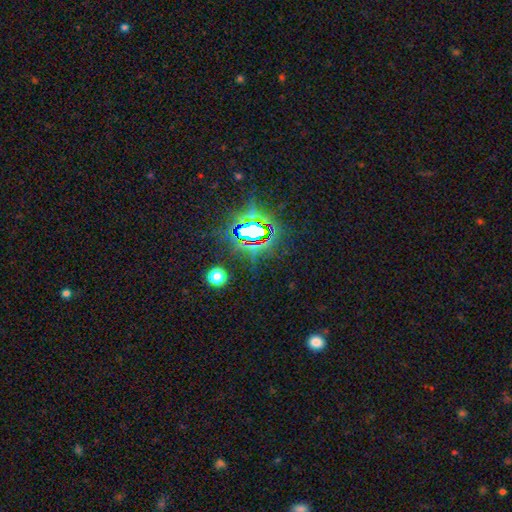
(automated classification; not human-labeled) Overall: star or artifact (82%).